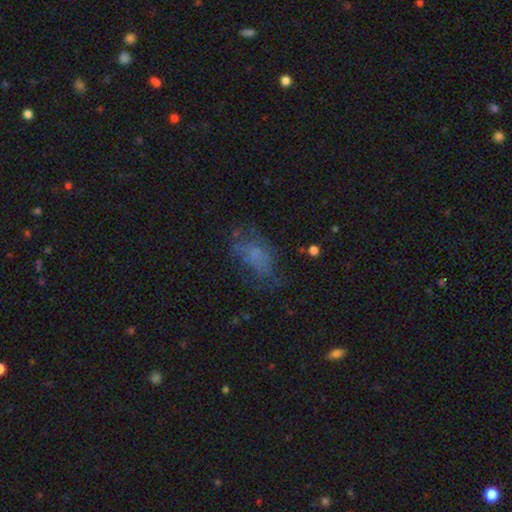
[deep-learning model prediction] smooth-or-featured: smooth: 51% | featured or disk: 32% | star or artifact: 16%
  how-rounded: in between: 85% | round: 9% | cigar-shaped: 6%
  merging: none: 47% | major disturbance: 26% | minor disturbance: 24% | merger: 3%